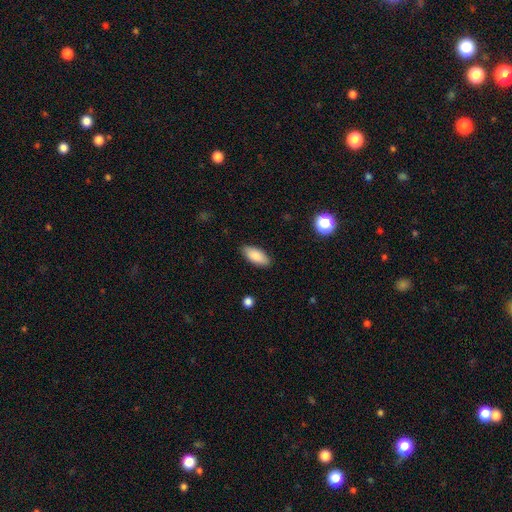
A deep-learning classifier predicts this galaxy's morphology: smooth 86%, featured or disk 7%, star or artifact 6%. Down the decision tree: how rounded — in between (88%); merging — none (87%).